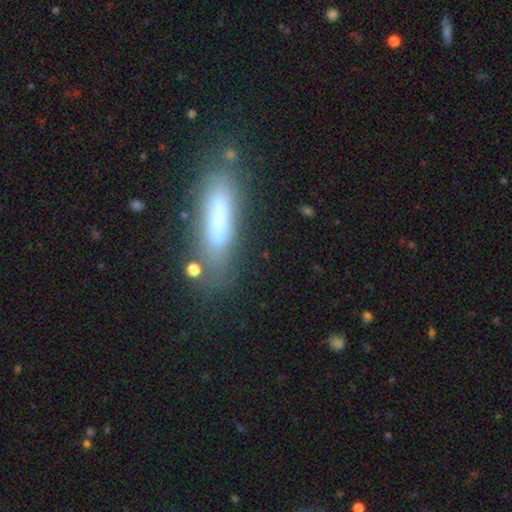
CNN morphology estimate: smooth 50%, featured or disk 37%, star or artifact 13%. Down the decision tree: merging — none (73%).